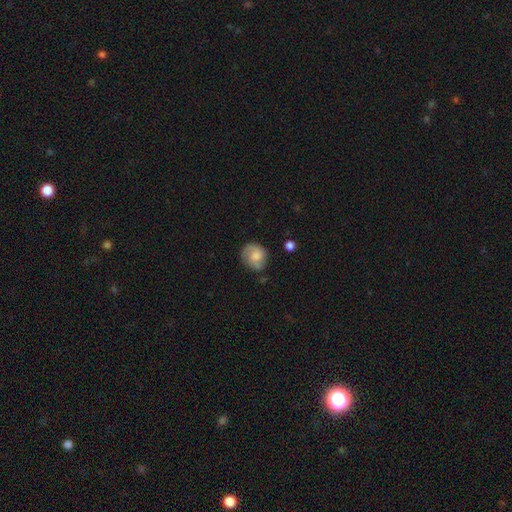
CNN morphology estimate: smooth 52%, featured or disk 40%, star or artifact 8%. Down the decision tree: how rounded — round (77%); merging — none (66%).